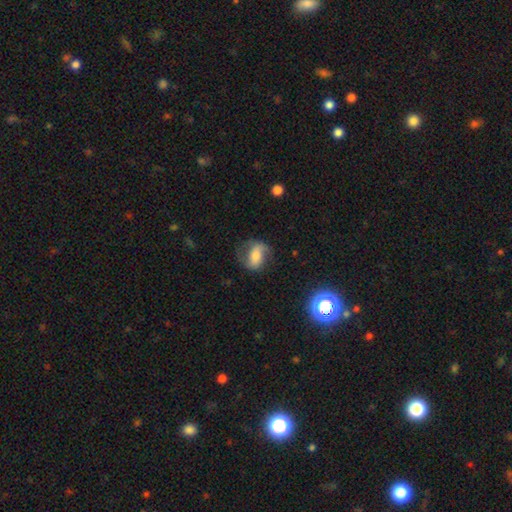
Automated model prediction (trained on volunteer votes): Smooth or featured? featured or disk (51%)
Edge-on disk? no (94%)
Merging? none (62%)